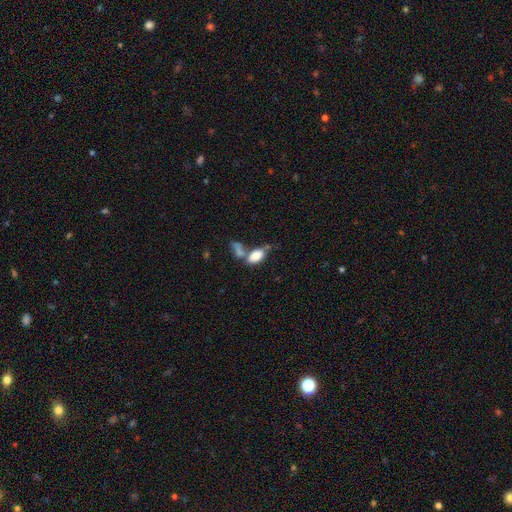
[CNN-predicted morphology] smooth 78%, featured or disk 13%, star or artifact 8%. Down the decision tree: how rounded — in between (90%); merging — merger (50%).